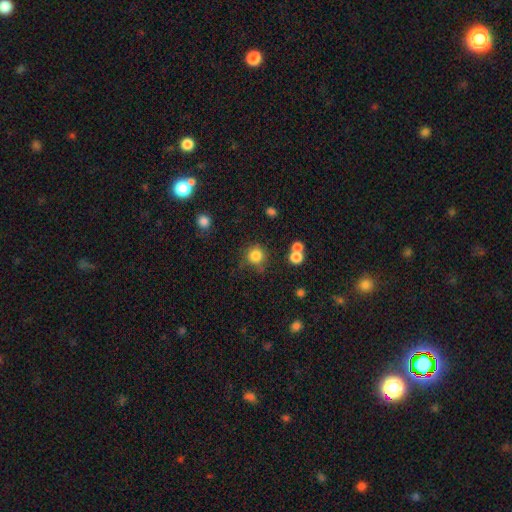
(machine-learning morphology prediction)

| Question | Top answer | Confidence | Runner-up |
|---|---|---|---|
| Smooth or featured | smooth | 82% | star or artifact (12%) |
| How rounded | round | 92% | in between (7%) |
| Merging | none | 76% | minor disturbance (13%) |